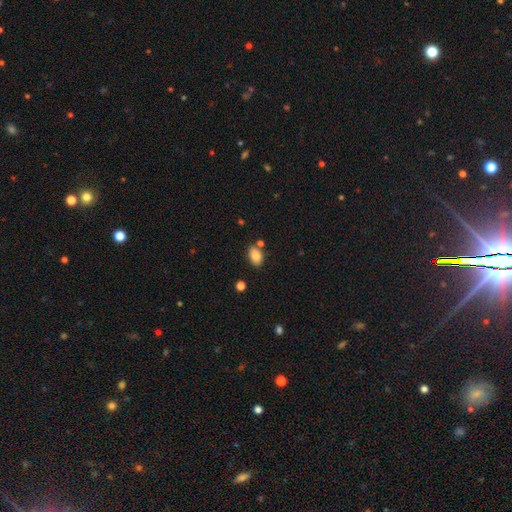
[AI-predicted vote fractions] smooth-or-featured: smooth: 84% | star or artifact: 8% | featured or disk: 7%
  how-rounded: in between: 87% | round: 11% | cigar-shaped: 1%
  merging: none: 72% | minor disturbance: 15% | merger: 10% | major disturbance: 3%